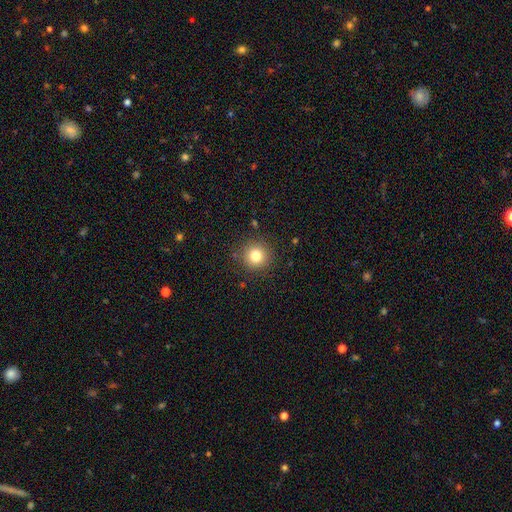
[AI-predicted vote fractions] Smooth or featured?
  - smooth: 80% *
  - star or artifact: 12%
  - featured or disk: 8%
How rounded?
  - round: 94% *
  - in between: 5%
  - cigar-shaped: 1%
Merging?
  - none: 89% *
  - minor disturbance: 7%
  - major disturbance: 3%
  - merger: 1%